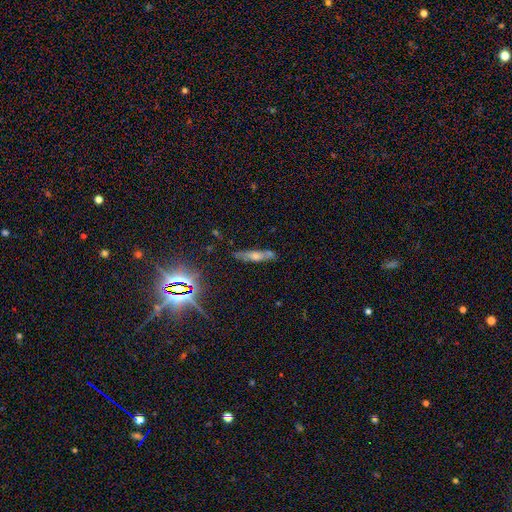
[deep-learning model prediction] Smooth or featured?
  - featured or disk: 42% *
  - smooth: 34%
  - star or artifact: 24%
Merging?
  - none: 70% *
  - minor disturbance: 16%
  - merger: 9%
  - major disturbance: 5%